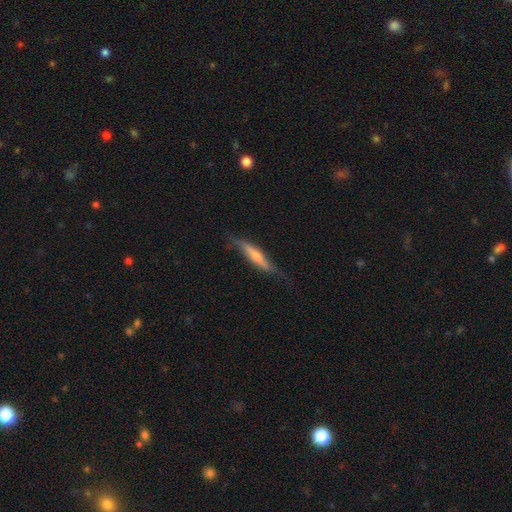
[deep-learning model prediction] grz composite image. It shows a featured or disk galaxy (53%) viewed edge-on (81%). Merging: none (69%).